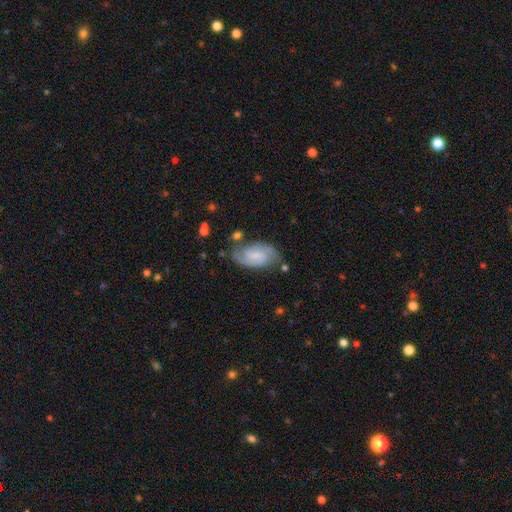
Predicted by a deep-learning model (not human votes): Smooth or featured: featured or disk — 77% (smooth — 17%)
Edge-on disk: no — 96% (yes — 4%)
Bar: weak — 51% (no — 33%)
Spiral arms: yes — 96% (no — 4%)
Spiral winding: medium — 47% (tight — 40%)
Spiral arm count: 2 — 85% (can't tell — 7%)
Bulge size: small — 53% (none — 25%)
Merging: none — 72% (minor disturbance — 18%)